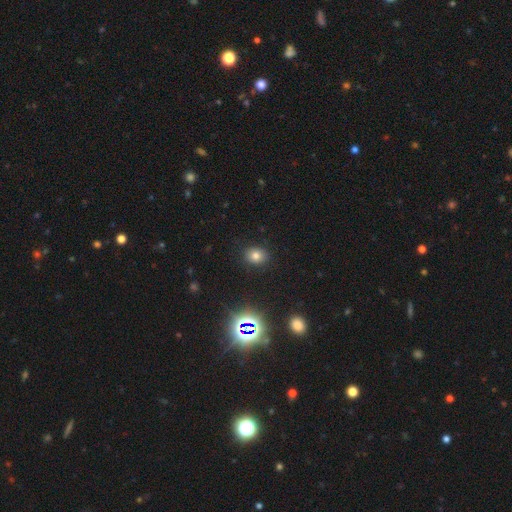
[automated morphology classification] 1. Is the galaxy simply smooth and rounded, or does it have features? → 71% smooth, 20% star or artifact, 9% featured or disk.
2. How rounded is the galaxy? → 52% round, 47% in between, 1% cigar-shaped.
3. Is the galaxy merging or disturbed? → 87% none, 9% minor disturbance, 3% major disturbance, 1% merger.